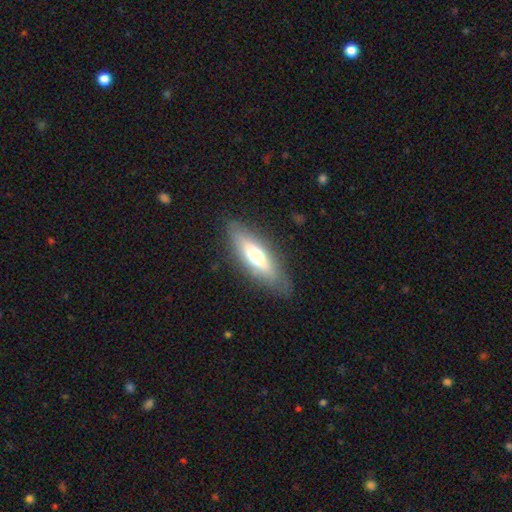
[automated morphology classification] This is possibly a smooth galaxy (51%). How rounded: possibly cigar-shaped (51%). Merging: clearly none (82%).